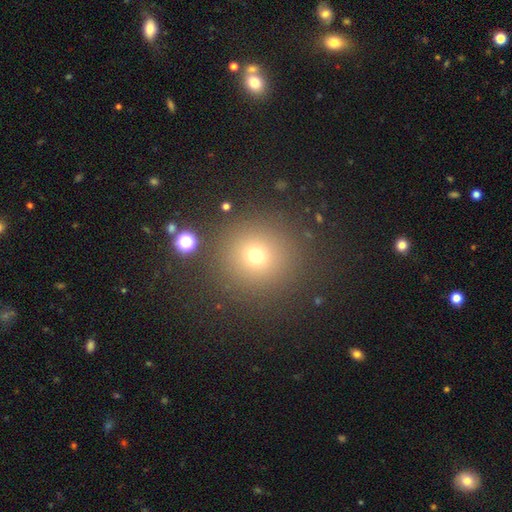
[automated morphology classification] Smooth or featured? Predicted: smooth (p=0.69). How rounded? Predicted: round (p=0.94). Merging? Predicted: none (p=0.88).